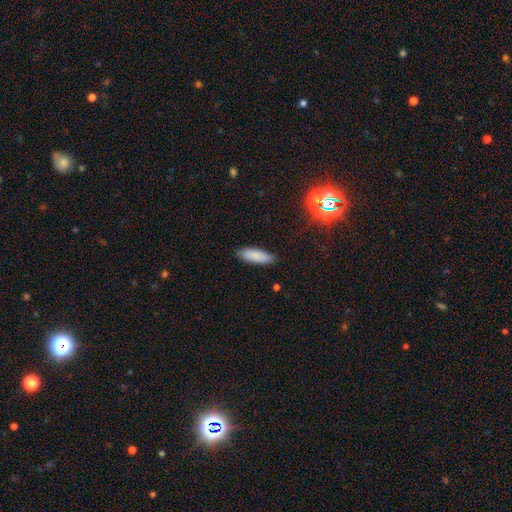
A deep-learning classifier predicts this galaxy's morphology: type=smooth (84%); roundness=in between (61%); merging=none (85%).